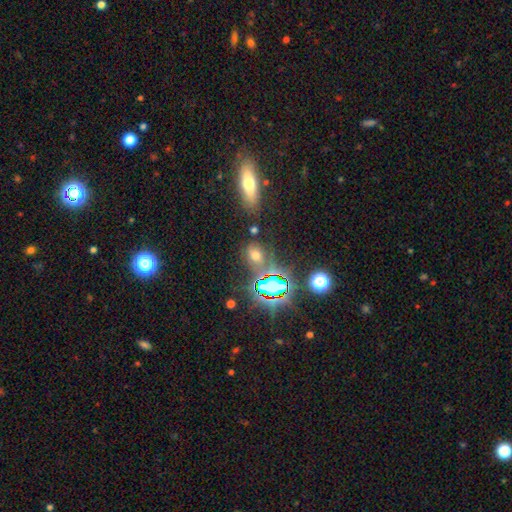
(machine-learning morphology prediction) A smooth galaxy with no disk features (54%) that is in between round and cigar-shaped (67%). Merging: none (65%).